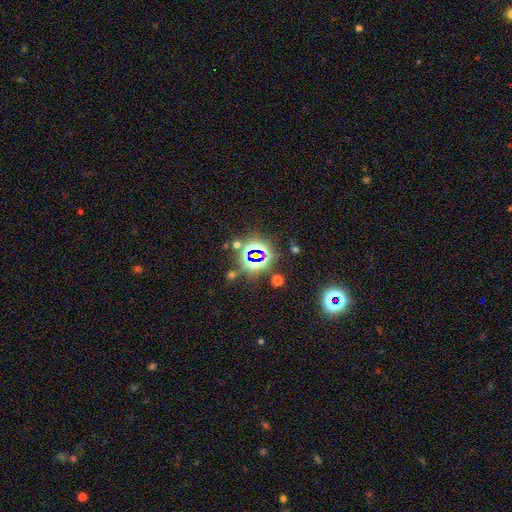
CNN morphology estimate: A star or artifact, not a galaxy (74%).

Vote fractions:
- Smooth or featured? star or artifact: 74% / smooth: 16% / featured or disk: 9%